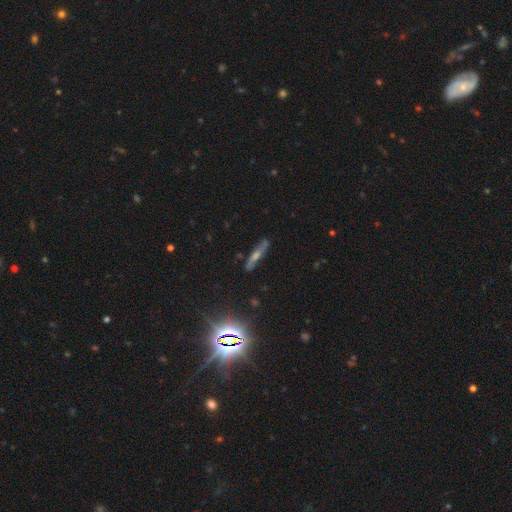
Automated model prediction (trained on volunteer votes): Overall: featured or disk (50%; smooth 27%). Edge-on disk: yes (79%). Merging: none (81%).